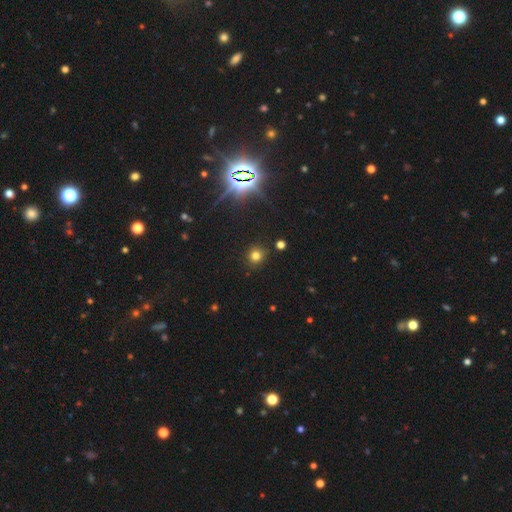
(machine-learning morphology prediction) This is likely a smooth galaxy (74%). How rounded: clearly round (89%). Merging: clearly none (88%).